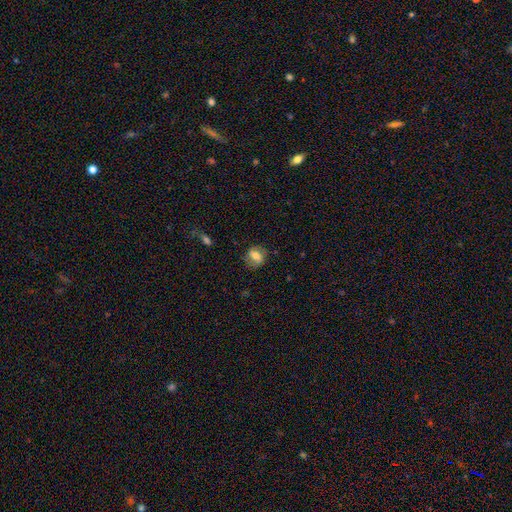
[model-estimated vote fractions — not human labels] A smooth galaxy with no disk features (51%) that is round (56%).

Vote fractions:
- Smooth or featured? smooth: 51% / featured or disk: 40% / star or artifact: 9%
- How rounded? round: 56% / in between: 42% / cigar-shaped: 2%
- Merging? none: 74% / minor disturbance: 18% / major disturbance: 7% / merger: 2%